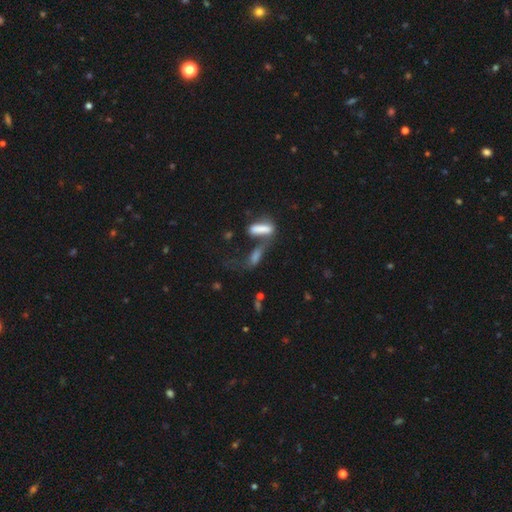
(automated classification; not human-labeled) Overall: smooth (56%; featured or disk 26%). How rounded: cigar-shaped (52%; in between 42%). Merging: merger (47%; none 26%).